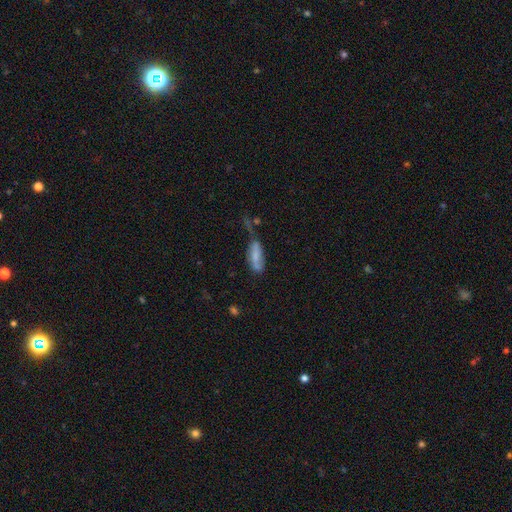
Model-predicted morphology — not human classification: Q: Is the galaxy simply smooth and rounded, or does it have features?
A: smooth — 65%.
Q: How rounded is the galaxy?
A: in between — 66%.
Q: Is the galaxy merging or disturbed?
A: none — 31%.